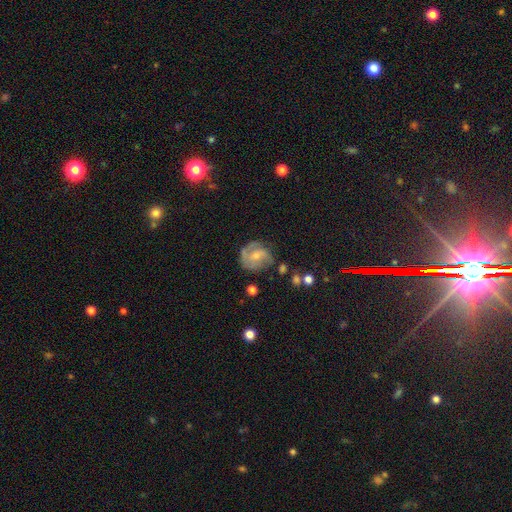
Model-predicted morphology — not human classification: Smooth or featured? featured or disk (63%)
Edge-on disk? no (97%)
Bar? no (55%)
Spiral arms? yes (84%)
Spiral winding? medium (44%)
Spiral arm count? 2 (50%)
Bulge size? small (59%)
Merging? none (61%)